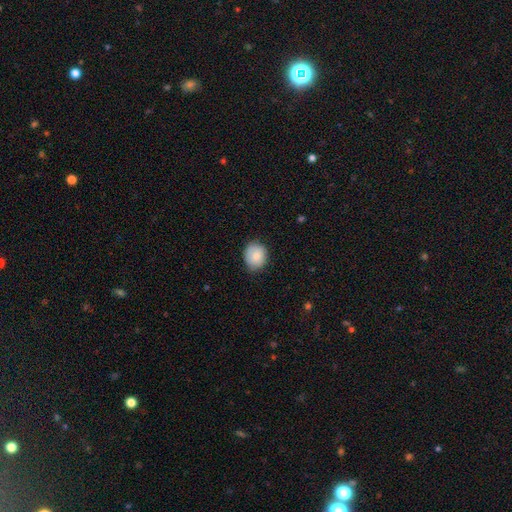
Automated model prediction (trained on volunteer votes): Morphology: type=smooth (82%); roundness=round (64%); merging=none (78%).